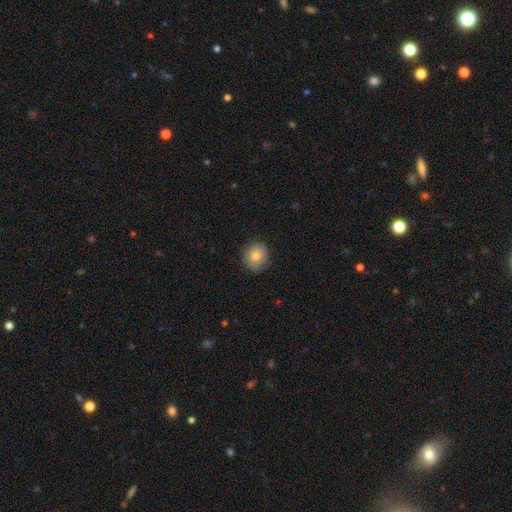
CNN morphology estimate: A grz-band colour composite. It shows a smooth galaxy with no disk features (77%) that is round (86%). Merging: none (83%).